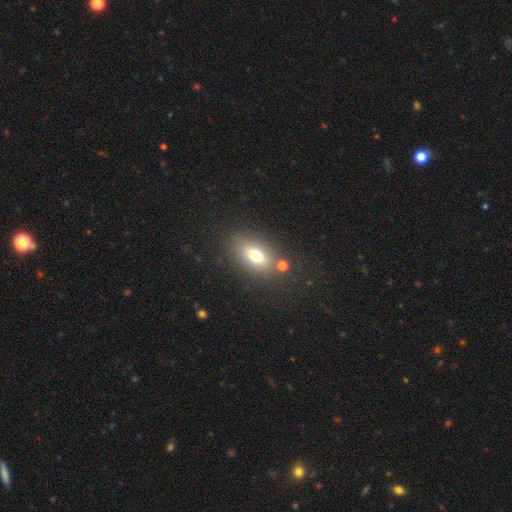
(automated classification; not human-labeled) Smooth or featured: smooth — 74% (featured or disk — 15%)
How rounded: in between — 84% (round — 12%)
Merging: none — 77% (minor disturbance — 11%)